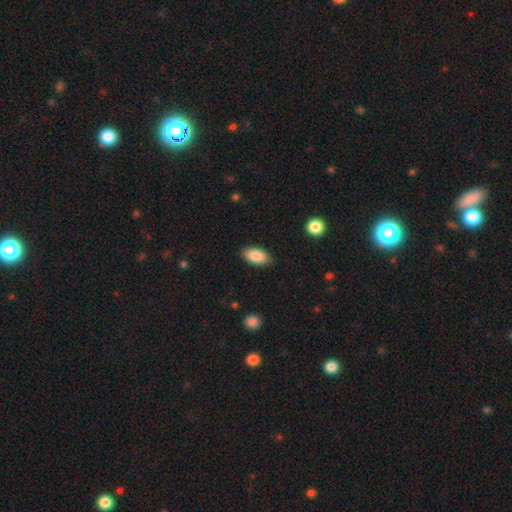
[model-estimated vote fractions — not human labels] smooth 87%, featured or disk 7%, star or artifact 7%. Down the decision tree: how rounded — in between (93%); merging — none (85%).